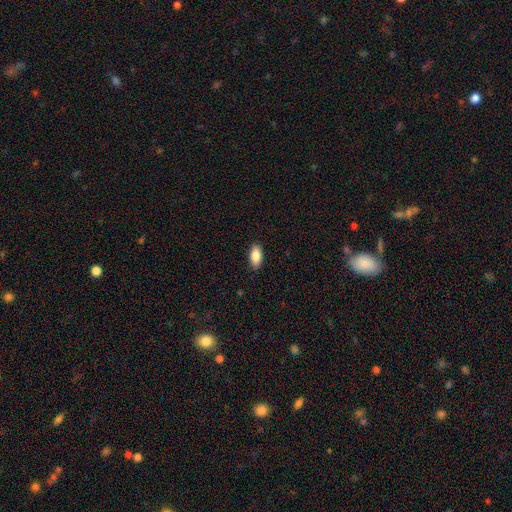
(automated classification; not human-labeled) Q: Smooth or featured?
A: smooth (85%); runner-up: featured or disk (8%)
Q: How rounded?
A: in between (90%); runner-up: cigar-shaped (7%)
Q: Merging?
A: none (87%); runner-up: minor disturbance (10%)